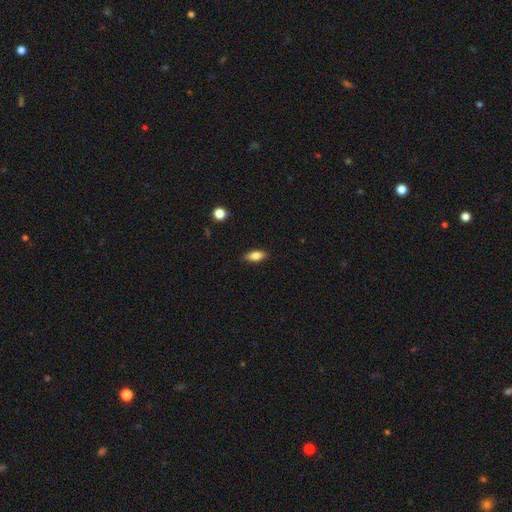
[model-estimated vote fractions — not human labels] Morphology: type=smooth (81%); roundness=in between (81%); merging=none (86%).